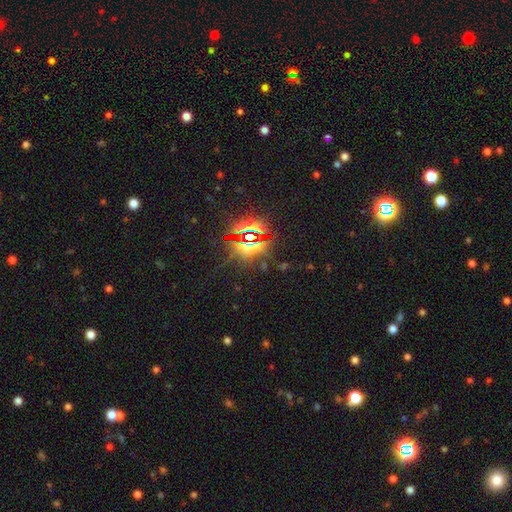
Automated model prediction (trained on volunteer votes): This is clearly a star or artifact rather than a galaxy (84%).